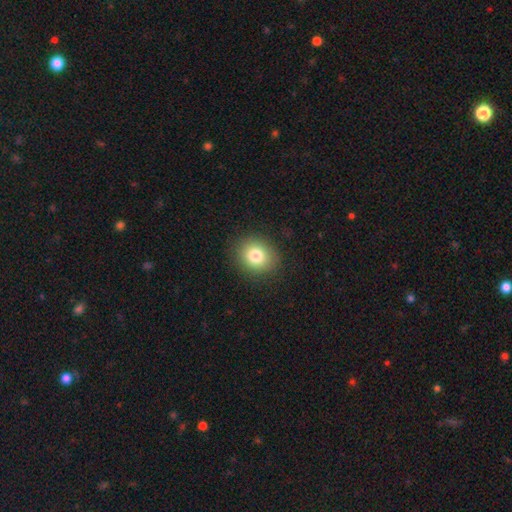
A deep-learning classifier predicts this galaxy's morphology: type=smooth (81%); roundness=round (72%); merging=none (89%).